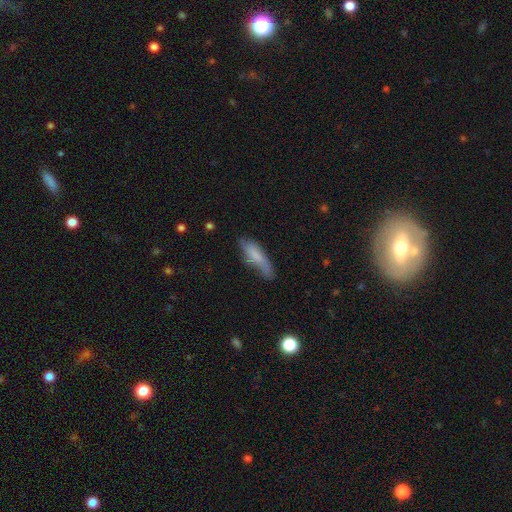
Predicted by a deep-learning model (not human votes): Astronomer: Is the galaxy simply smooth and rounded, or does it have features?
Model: smooth — 69%.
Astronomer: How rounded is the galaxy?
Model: cigar-shaped — 61% (runner-up: in between, 38%).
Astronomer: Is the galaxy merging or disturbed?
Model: none — 49% (runner-up: minor disturbance, 34%).